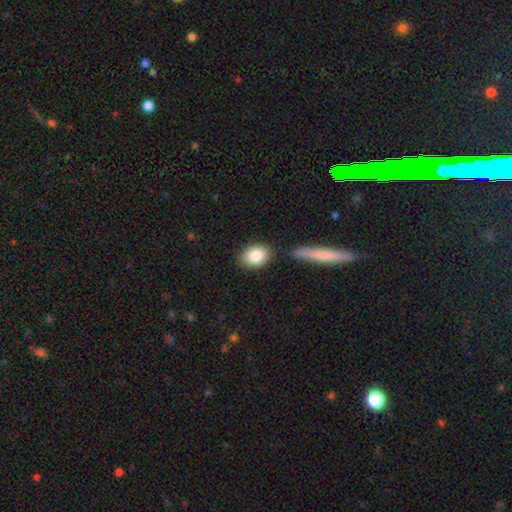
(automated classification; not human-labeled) Morphology: type=smooth (86%); roundness=in between (68%); merging=none (78%).